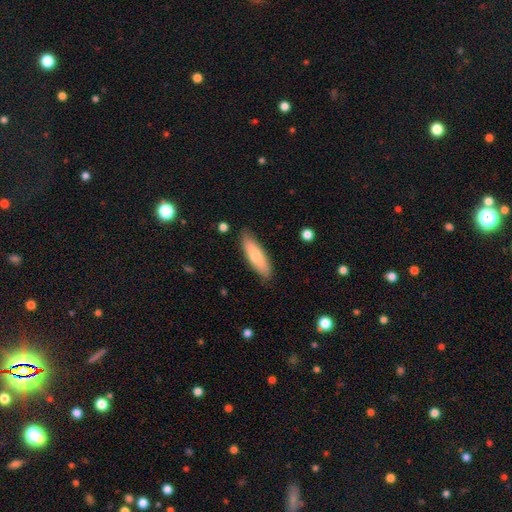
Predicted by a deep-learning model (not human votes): Q: Smooth or featured?
A: smooth (73%); runner-up: featured or disk (21%)
Q: How rounded?
A: cigar-shaped (55%); runner-up: in between (43%)
Q: Merging?
A: none (84%); runner-up: minor disturbance (12%)